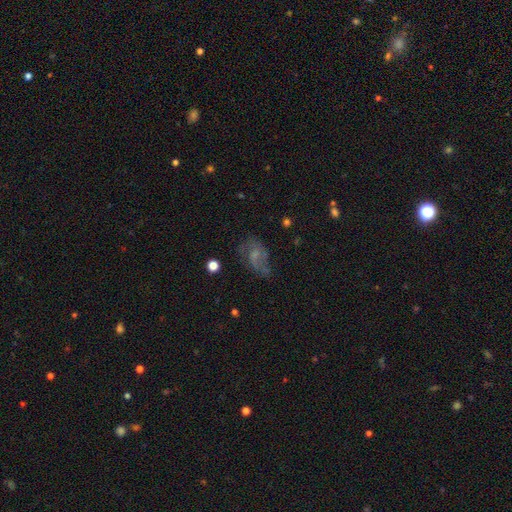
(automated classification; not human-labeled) A featured or disk galaxy (54%) with no bar (60%), spiral arms (72%) and a small central bulge (38%).

Vote fractions:
- Smooth or featured? featured or disk: 54% / smooth: 31% / star or artifact: 15%
- Edge-on disk? no: 96% / yes: 4%
- Bar? no: 60% / weak: 34% / strong: 6%
- Spiral arms? yes: 72% / no: 28%
- Bulge size? small: 38% / none: 37% / moderate: 20% / large: 3% / dominant: 1%
- Merging? none: 48% / minor disturbance: 25% / major disturbance: 24% / merger: 3%